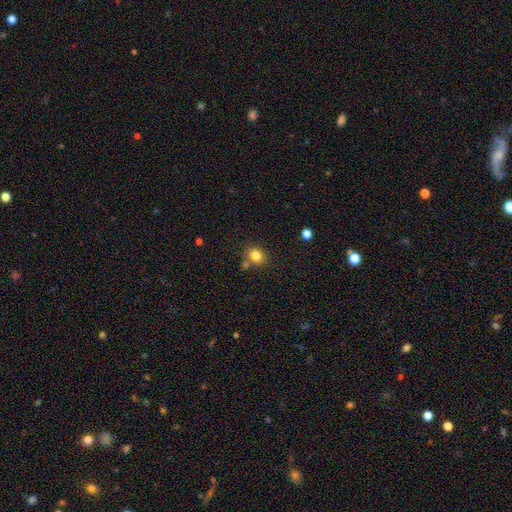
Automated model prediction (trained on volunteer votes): Smooth or featured? Predicted: smooth (p=0.82). How rounded? Predicted: round (p=0.66). Merging? Predicted: none (p=0.69).